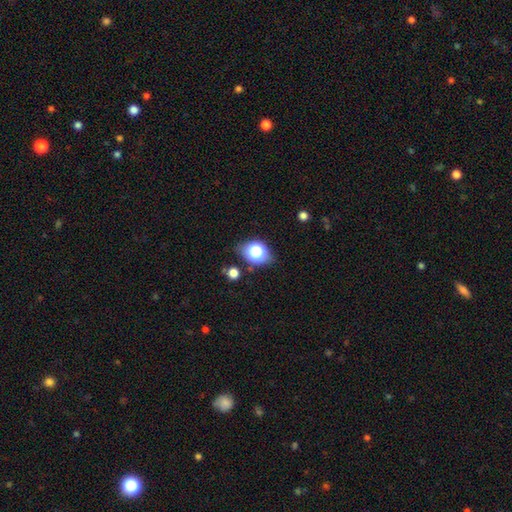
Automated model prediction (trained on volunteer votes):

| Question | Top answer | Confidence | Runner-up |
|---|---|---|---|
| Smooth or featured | smooth | 53% | star or artifact (38%) |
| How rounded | round | 66% | in between (32%) |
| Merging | none | 78% | minor disturbance (11%) |